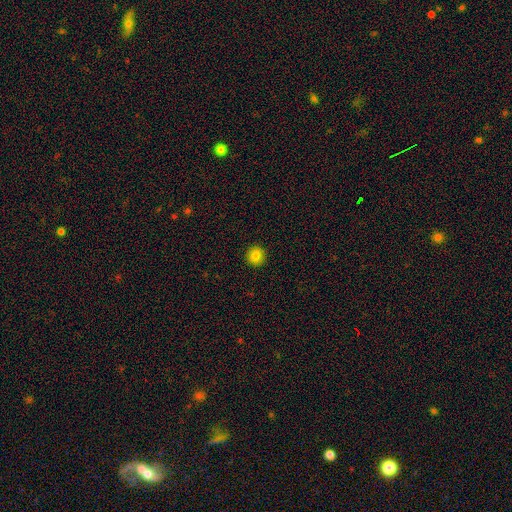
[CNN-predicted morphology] A smooth galaxy with no disk features (83%) that is round (94%).

Vote fractions:
- Smooth or featured? smooth: 83% / star or artifact: 11% / featured or disk: 6%
- How rounded? round: 94% / in between: 5% / cigar-shaped: 1%
- Merging? none: 93% / minor disturbance: 4% / major disturbance: 2% / merger: 1%